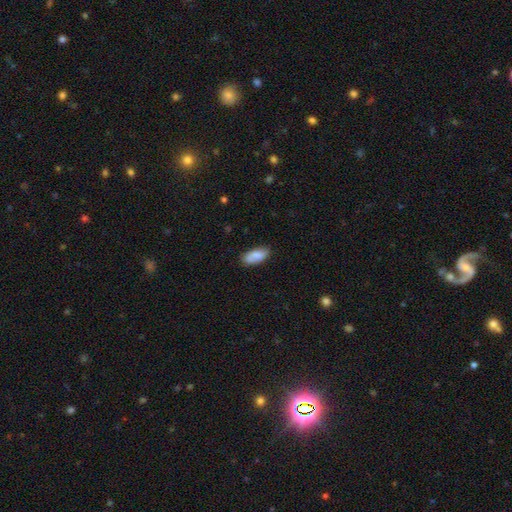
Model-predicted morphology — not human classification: Overall: smooth (82%). How rounded: in between (88%). Merging: none (80%).